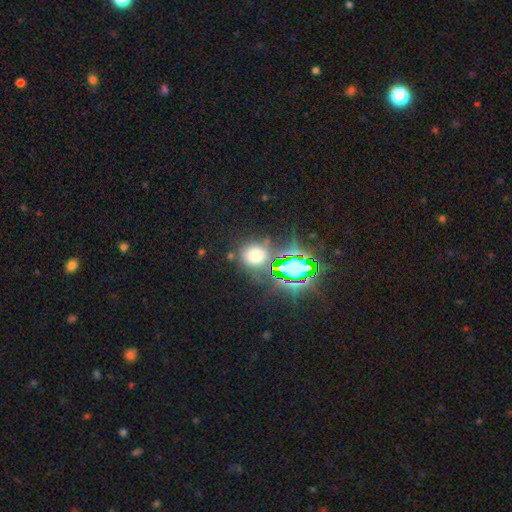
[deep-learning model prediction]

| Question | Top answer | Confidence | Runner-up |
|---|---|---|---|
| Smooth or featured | smooth | 57% | star or artifact (34%) |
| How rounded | round | 75% | in between (23%) |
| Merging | none | 71% | minor disturbance (13%) |